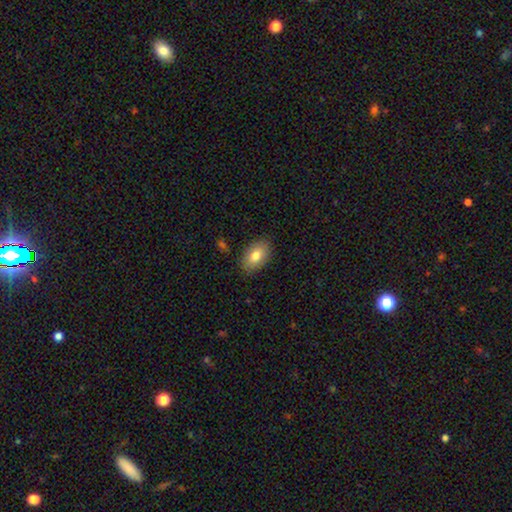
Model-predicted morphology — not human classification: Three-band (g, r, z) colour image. It shows a smooth galaxy with no disk features (79%) that is in between round and cigar-shaped (91%). Merging: none (86%).